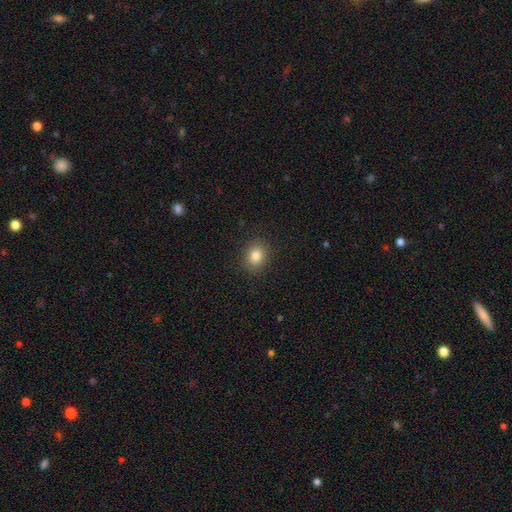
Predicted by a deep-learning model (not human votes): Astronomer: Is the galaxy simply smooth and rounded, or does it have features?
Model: smooth — 83%.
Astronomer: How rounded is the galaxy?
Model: round — 58% (runner-up: in between, 42%).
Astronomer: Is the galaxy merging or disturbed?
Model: none — 90%.